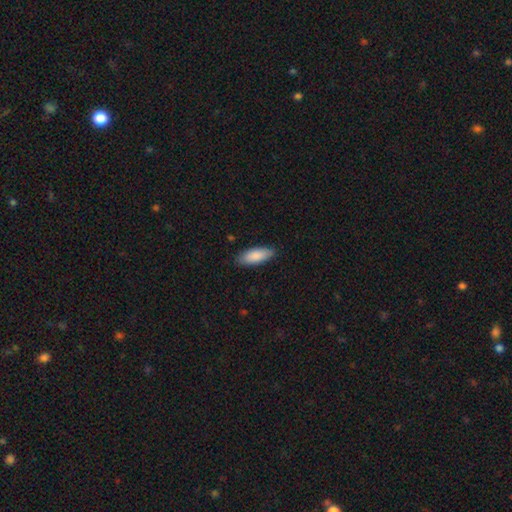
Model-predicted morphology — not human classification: This appears to be a smooth galaxy with no disk features (87%) that is in between round and cigar-shaped (74%). Merging: none (85%).